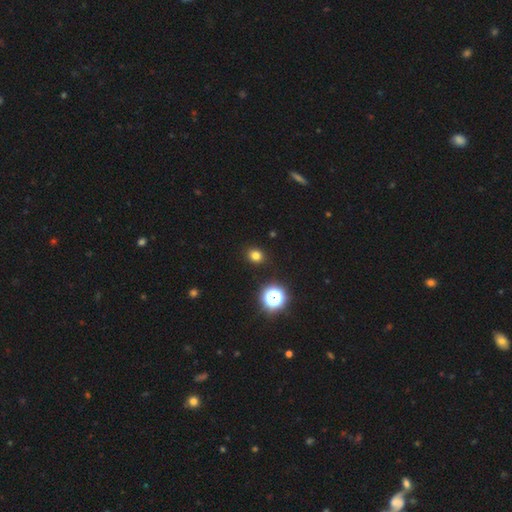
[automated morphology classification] Smooth or featured: smooth — 77% (star or artifact — 18%)
How rounded: round — 76% (in between — 23%)
Merging: none — 91% (minor disturbance — 6%)